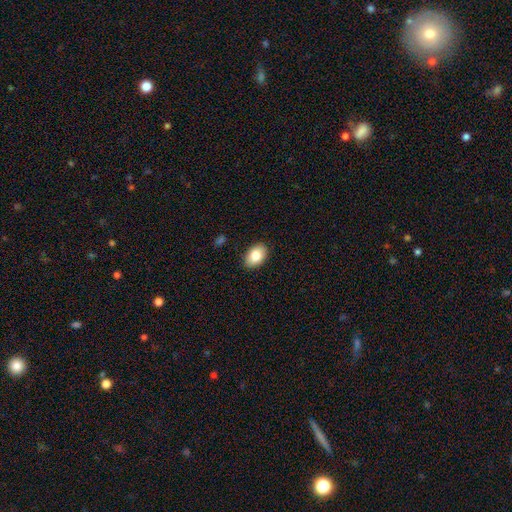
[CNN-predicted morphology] A smooth galaxy with no disk features (84%) that is in between round and cigar-shaped (86%).

Vote fractions:
- Smooth or featured? smooth: 84% / featured or disk: 8% / star or artifact: 7%
- How rounded? in between: 86% / round: 13% / cigar-shaped: 1%
- Merging? none: 87% / minor disturbance: 10% / major disturbance: 2% / merger: 1%